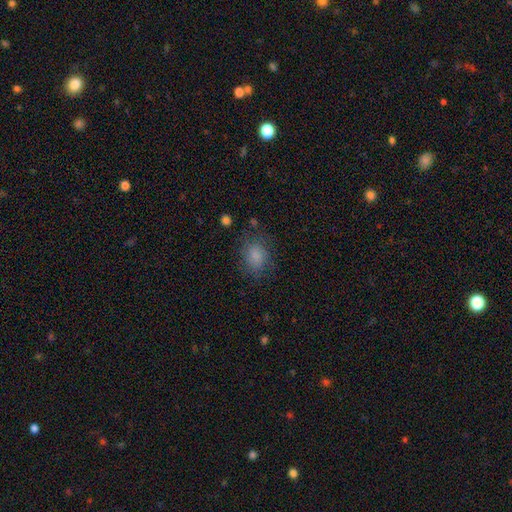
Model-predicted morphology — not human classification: Overall: smooth (80%). How rounded: in between (55%; round 44%). Merging: none (72%).